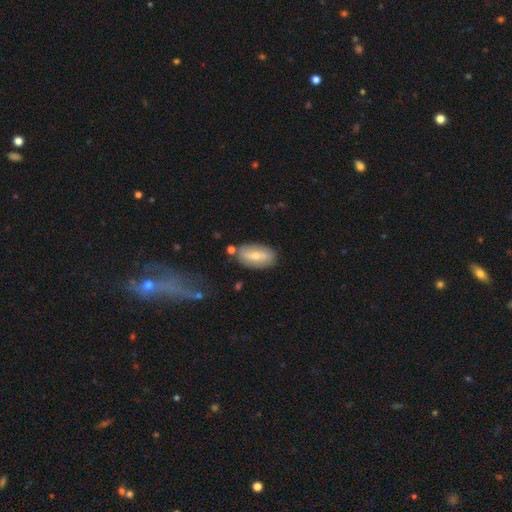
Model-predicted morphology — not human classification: This appears to be a smooth galaxy with no disk features (50%) that is in between round and cigar-shaped (91%). Merging: none (79%).